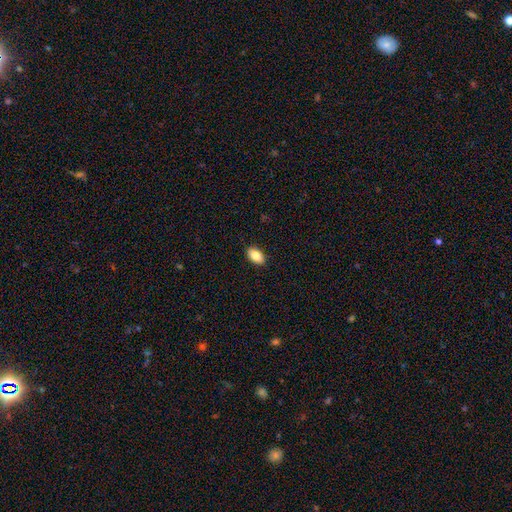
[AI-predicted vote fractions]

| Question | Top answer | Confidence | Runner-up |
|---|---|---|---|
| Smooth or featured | smooth | 85% | star or artifact (7%) |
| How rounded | in between | 92% | round (6%) |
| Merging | none | 90% | minor disturbance (8%) |